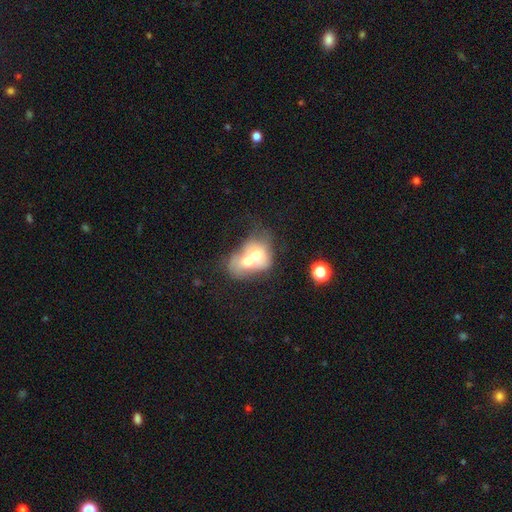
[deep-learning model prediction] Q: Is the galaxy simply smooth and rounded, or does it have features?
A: smooth — 57%.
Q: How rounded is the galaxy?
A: in between — 56%.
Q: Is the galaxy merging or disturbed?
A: merger — 78%.